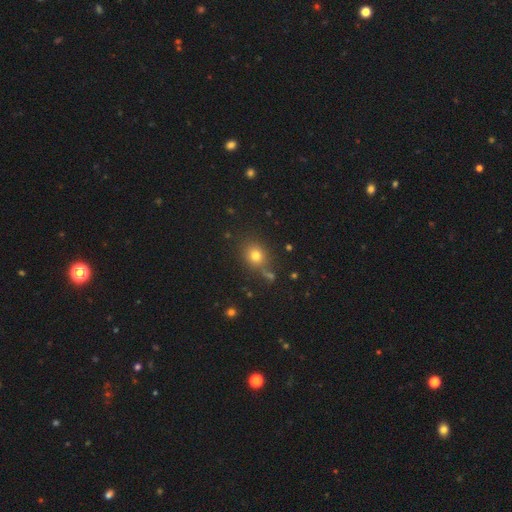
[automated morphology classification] Smooth or featured?
  - smooth: 75% *
  - star or artifact: 16%
  - featured or disk: 9%
How rounded?
  - round: 71% *
  - in between: 27%
  - cigar-shaped: 1%
Merging?
  - none: 75% *
  - minor disturbance: 12%
  - merger: 8%
  - major disturbance: 5%